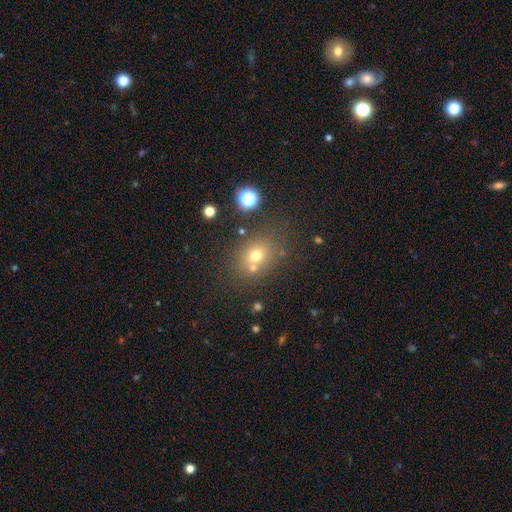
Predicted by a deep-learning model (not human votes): smooth-or-featured: smooth: 66% | star or artifact: 19% | featured or disk: 15%
  how-rounded: round: 63% | in between: 36% | cigar-shaped: 1%
  merging: none: 64% | merger: 19% | minor disturbance: 11% | major disturbance: 5%